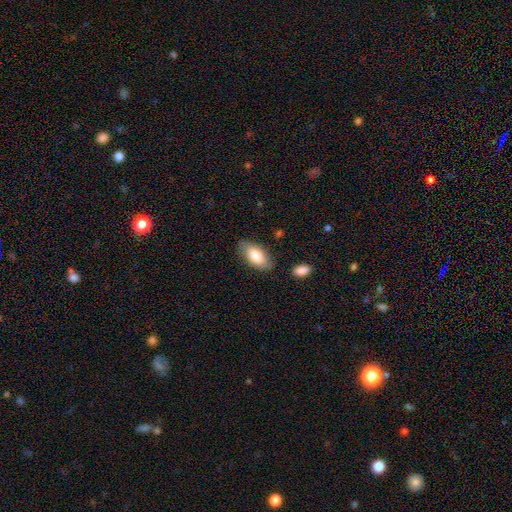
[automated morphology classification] Smooth or featured? Predicted: smooth (p=0.80). How rounded? Predicted: in between (p=0.92). Merging? Predicted: none (p=0.81).